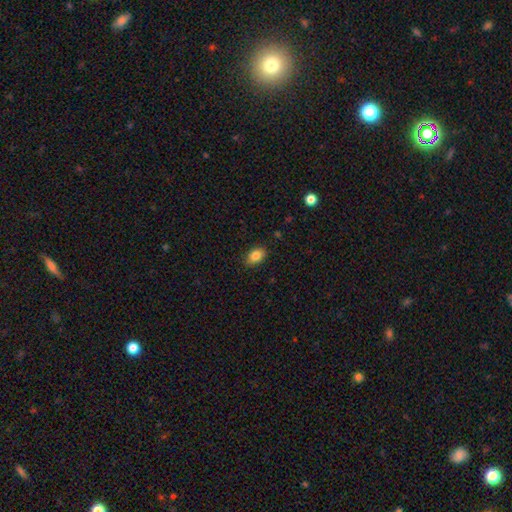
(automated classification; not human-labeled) Smooth or featured? Predicted: smooth (p=0.85). How rounded? Predicted: in between (p=0.83). Merging? Predicted: none (p=0.86).